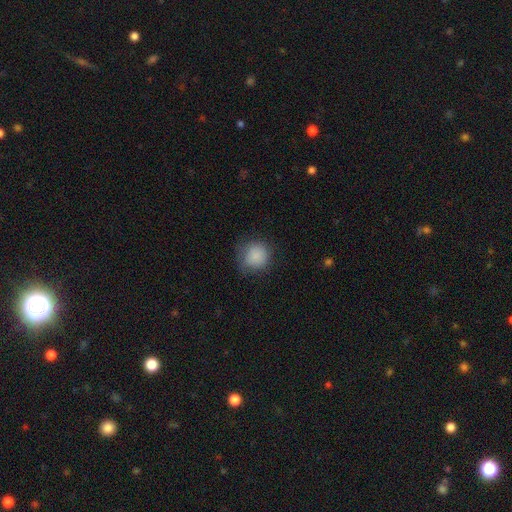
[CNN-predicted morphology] type=smooth (87%); roundness=round (89%); merging=none (72%).